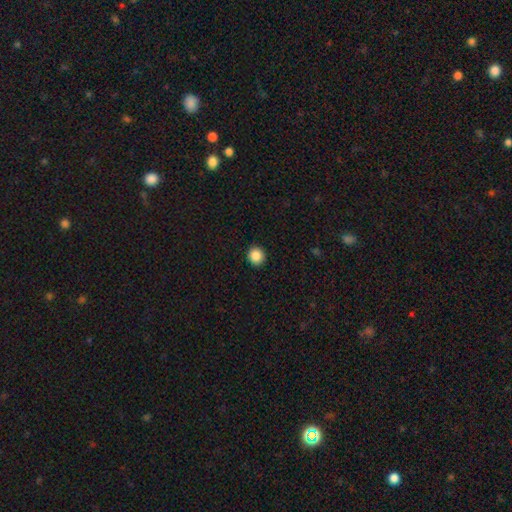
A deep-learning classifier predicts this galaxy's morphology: The model was most divided on "smooth or featured": smooth: 87%, star or artifact: 9%, featured or disk: 4%. More confident: merging — none (92%); how rounded — round (89%).